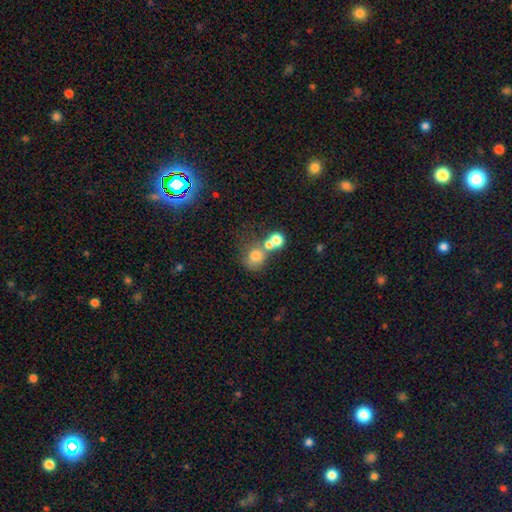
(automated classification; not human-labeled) A smooth galaxy with no disk features (70%) that is round (77%). Merging: merger (44%).